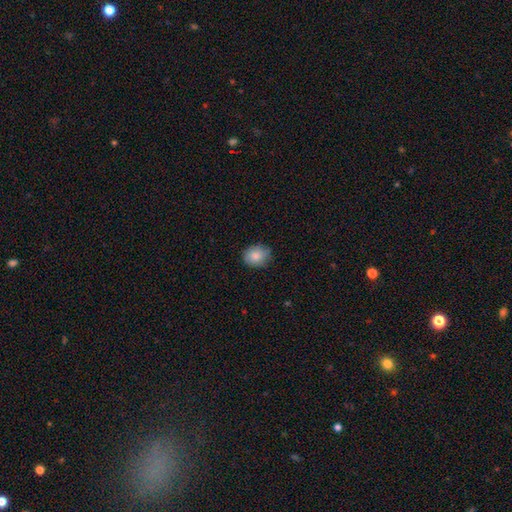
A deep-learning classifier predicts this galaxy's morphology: smooth_or_featured: smooth (p=0.86) [alt: star or artifact p=0.07]
how_rounded: round (p=0.57) [alt: in between p=0.42]
merging: none (p=0.78) [alt: minor disturbance p=0.18]